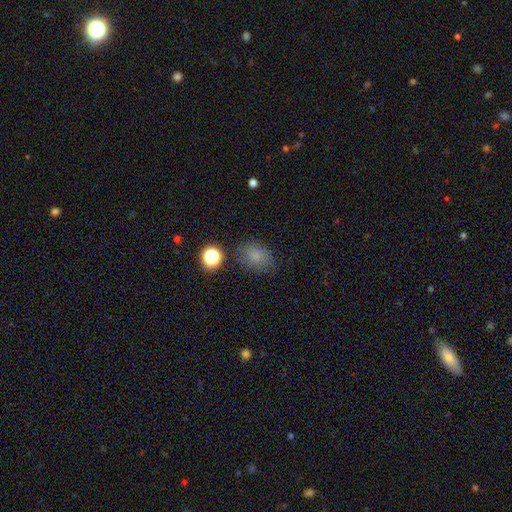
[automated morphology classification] Smooth or featured?
  - smooth: 77% *
  - star or artifact: 14%
  - featured or disk: 8%
How rounded?
  - in between: 57% *
  - round: 42%
  - cigar-shaped: 1%
Merging?
  - none: 76% *
  - minor disturbance: 16%
  - major disturbance: 5%
  - merger: 3%